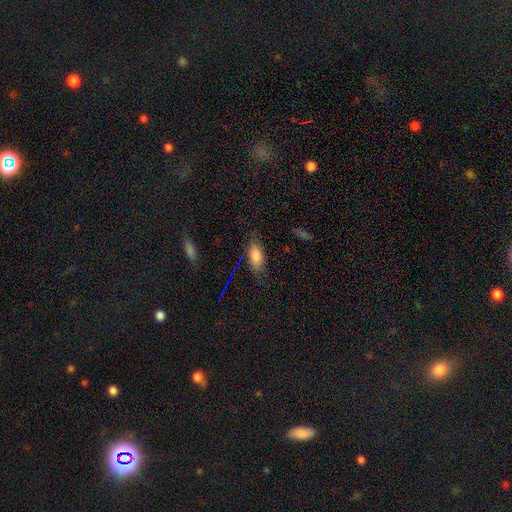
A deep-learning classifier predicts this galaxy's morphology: The model was most divided on "merging": none: 77%, minor disturbance: 17%, major disturbance: 4%, merger: 2%. More confident: how rounded — in between (84%); smooth or featured — smooth (77%).